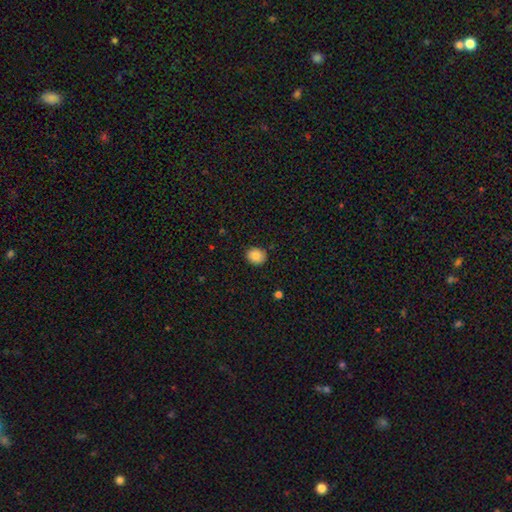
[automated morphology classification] This is clearly a smooth galaxy (85%). How rounded: likely round (76%). Merging: clearly none (87%).